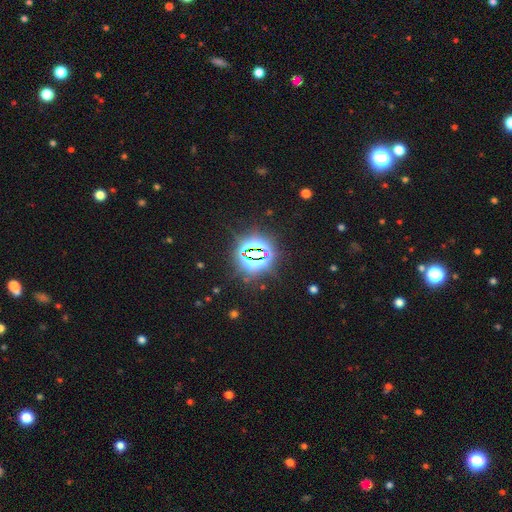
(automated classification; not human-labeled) Overall: star or artifact (81%).